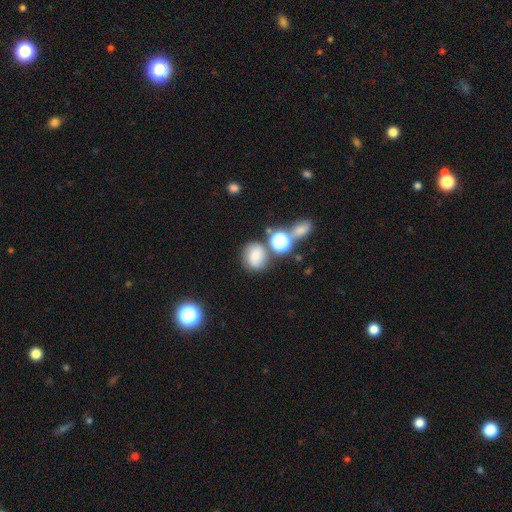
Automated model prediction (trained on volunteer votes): smooth-or-featured: smooth: 67% | featured or disk: 17% | star or artifact: 16%
  how-rounded: round: 71% | in between: 28% | cigar-shaped: 1%
  merging: none: 62% | minor disturbance: 16% | merger: 15% | major disturbance: 7%